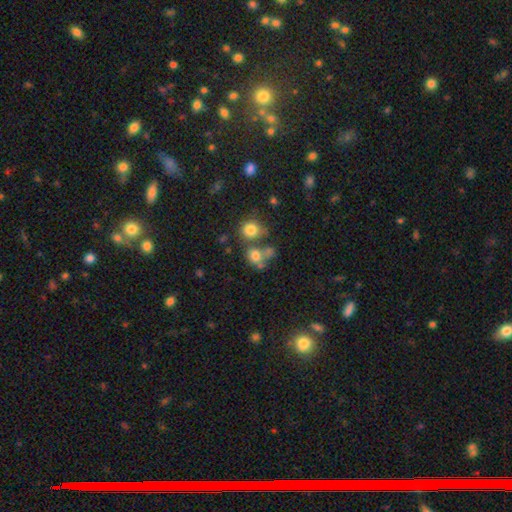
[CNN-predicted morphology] The model was most divided on "merging": none: 41%, merger: 40%, minor disturbance: 11%, major disturbance: 8%. More confident: smooth or featured — smooth (73%); how rounded — round (64%).